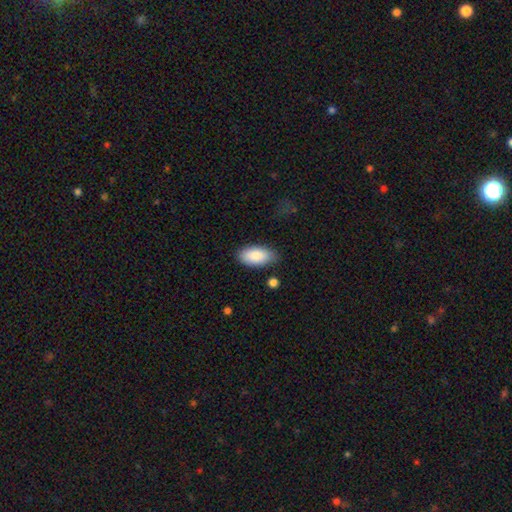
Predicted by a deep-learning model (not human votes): Smooth or featured? smooth (88%)
How rounded? in between (94%)
Merging? none (79%)